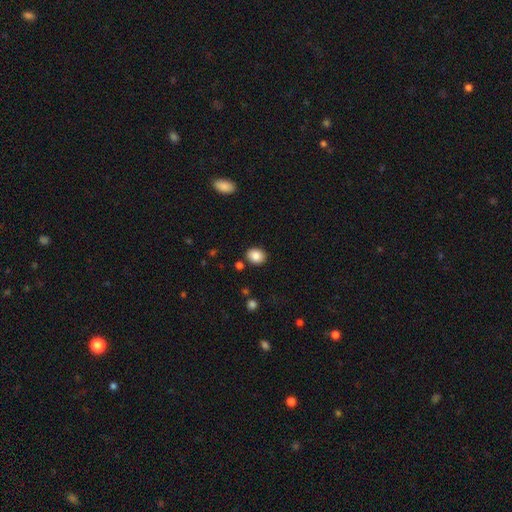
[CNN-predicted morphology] A smooth galaxy with no disk features (85%) that is round (56%). Merging: none (86%).